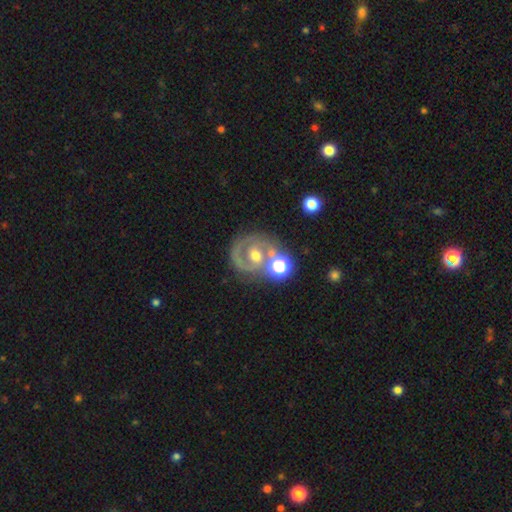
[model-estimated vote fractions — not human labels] A featured or disk galaxy (69%) with no bar (61%), spiral arms (71%) and a moderate central bulge (67%).

Vote fractions:
- Smooth or featured? featured or disk: 69% / smooth: 20% / star or artifact: 11%
- Edge-on disk? no: 97% / yes: 3%
- Bar? no: 61% / weak: 29% / strong: 10%
- Spiral arms? yes: 71% / no: 29%
- Bulge size? moderate: 67% / small: 16% / large: 12% / none: 3% / dominant: 2%
- Merging? none: 56% / merger: 19% / minor disturbance: 15% / major disturbance: 10%